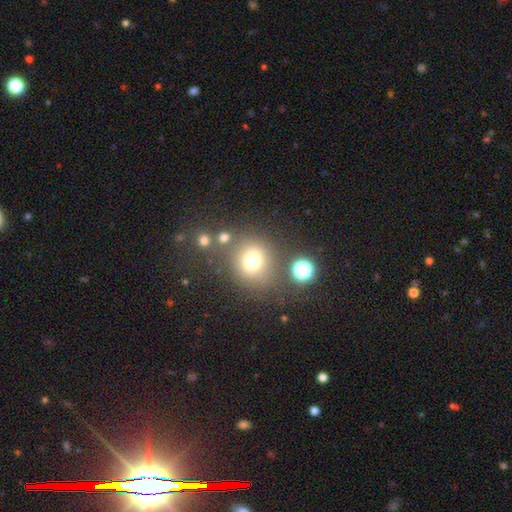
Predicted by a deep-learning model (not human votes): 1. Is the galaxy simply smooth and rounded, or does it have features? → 70% smooth, 19% star or artifact, 11% featured or disk.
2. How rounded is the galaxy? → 81% round, 18% in between, 1% cigar-shaped.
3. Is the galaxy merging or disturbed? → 72% none, 12% minor disturbance, 10% merger, 6% major disturbance.